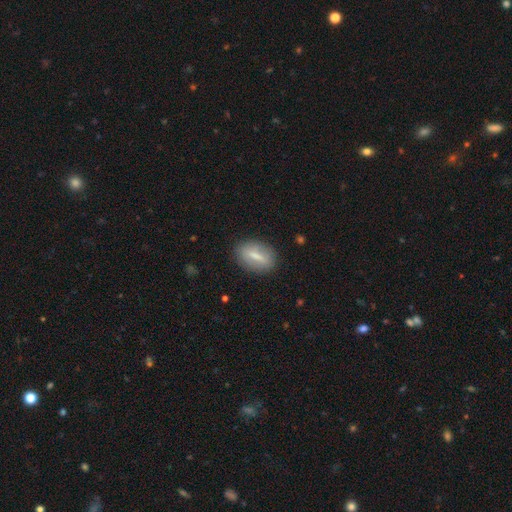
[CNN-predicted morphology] smooth 62%, featured or disk 30%, star or artifact 8%. Down the decision tree: how rounded — in between (77%); merging — none (83%).